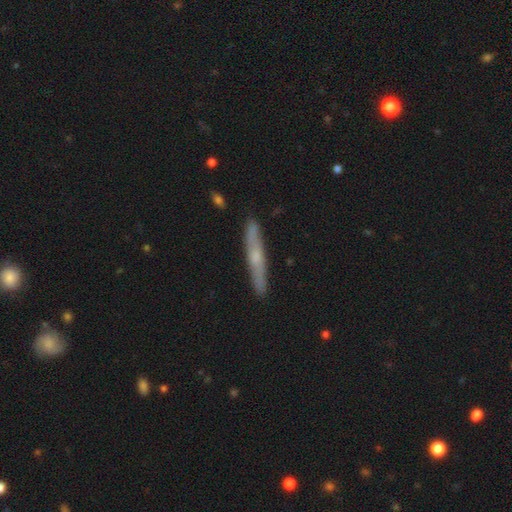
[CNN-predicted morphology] Smooth or featured? featured or disk (55%)
Edge-on disk? yes (90%)
Merging? none (88%)